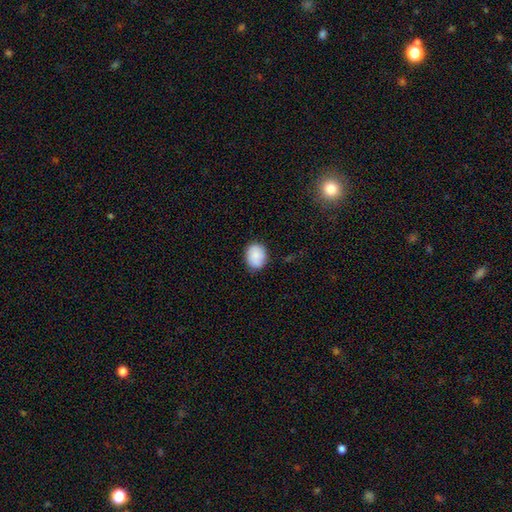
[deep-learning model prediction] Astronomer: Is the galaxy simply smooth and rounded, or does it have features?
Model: smooth — 87%.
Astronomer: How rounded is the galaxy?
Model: round — 53% (runner-up: in between, 46%).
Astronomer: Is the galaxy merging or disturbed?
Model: none — 84%.